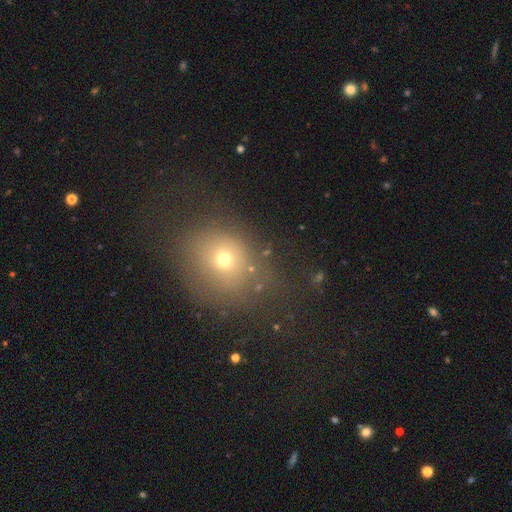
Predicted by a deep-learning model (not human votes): Smooth or featured: smooth — 58% (star or artifact — 29%)
How rounded: round — 64% (in between — 35%)
Merging: none — 71% (minor disturbance — 15%)